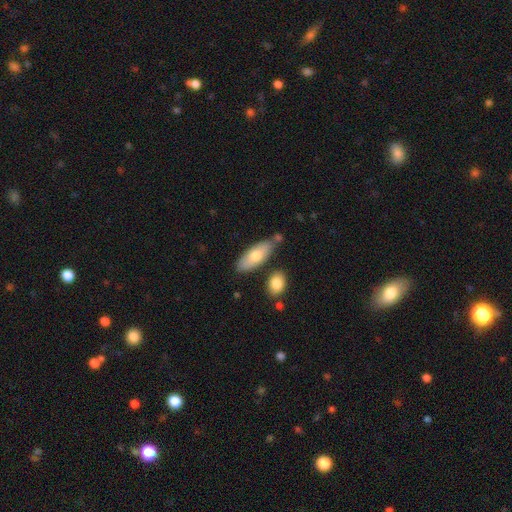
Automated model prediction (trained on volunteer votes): Smooth or featured? smooth (71%)
How rounded? in between (75%)
Merging? none (71%)